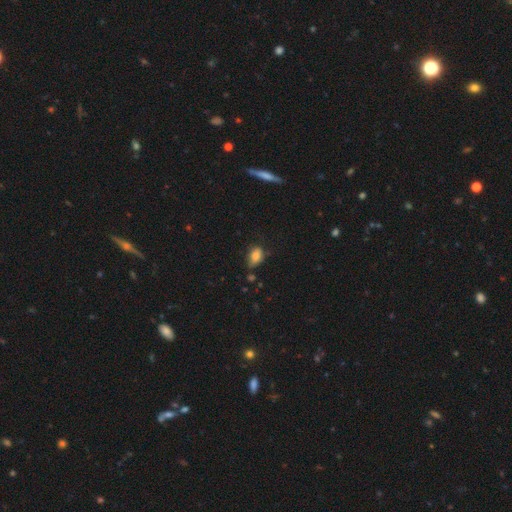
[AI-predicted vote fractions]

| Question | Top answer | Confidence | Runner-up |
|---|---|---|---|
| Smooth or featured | smooth | 81% | star or artifact (10%) |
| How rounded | in between | 80% | round (18%) |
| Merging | none | 54% | minor disturbance (34%) |